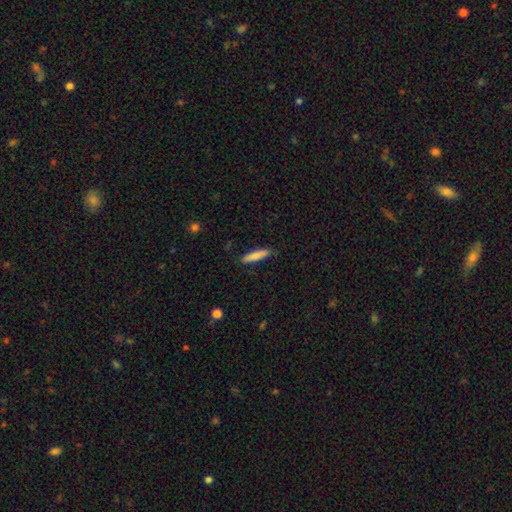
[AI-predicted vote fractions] A smooth galaxy with no disk features (83%) that is cigar-shaped (82%).

Vote fractions:
- Smooth or featured? smooth: 83% / featured or disk: 12% / star or artifact: 6%
- How rounded? cigar-shaped: 82% / in between: 16% / round: 1%
- Merging? none: 86% / minor disturbance: 10% / major disturbance: 2% / merger: 1%